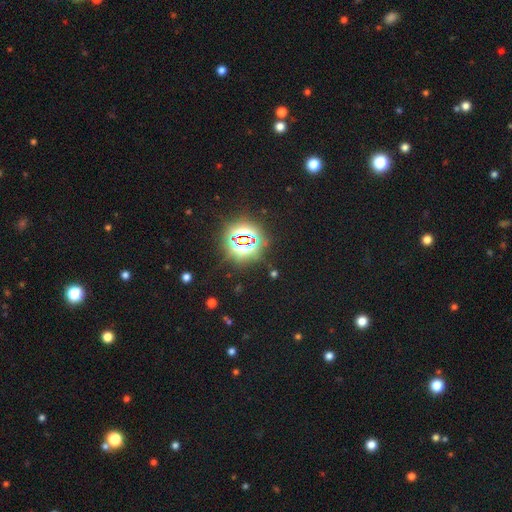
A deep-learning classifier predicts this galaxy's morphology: Overall: star or artifact (80%).